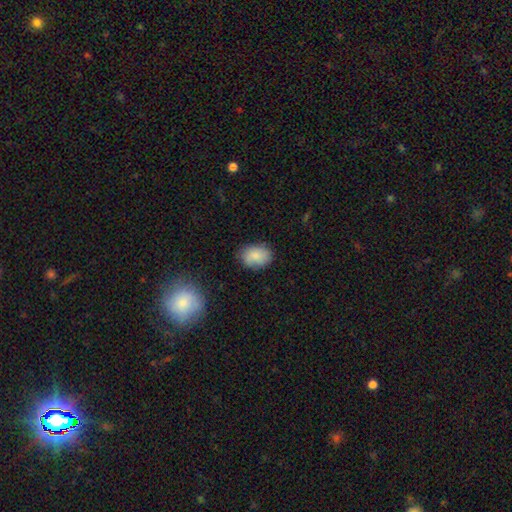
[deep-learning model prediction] A smooth galaxy with no disk features (85%) that is in between round and cigar-shaped (75%).

Vote fractions:
- Smooth or featured? smooth: 85% / star or artifact: 7% / featured or disk: 7%
- How rounded? in between: 75% / round: 24% / cigar-shaped: 1%
- Merging? none: 81% / minor disturbance: 15% / major disturbance: 3% / merger: 1%